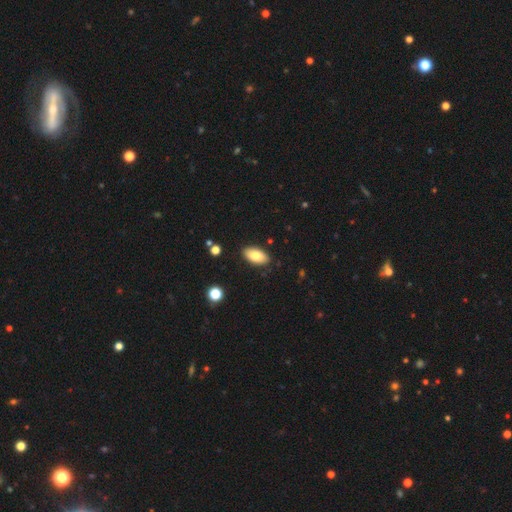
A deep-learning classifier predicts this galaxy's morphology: smooth-or-featured: smooth: 81% | featured or disk: 12% | star or artifact: 7%
  how-rounded: in between: 94% | cigar-shaped: 4% | round: 3%
  merging: none: 86% | minor disturbance: 10% | major disturbance: 2% | merger: 1%